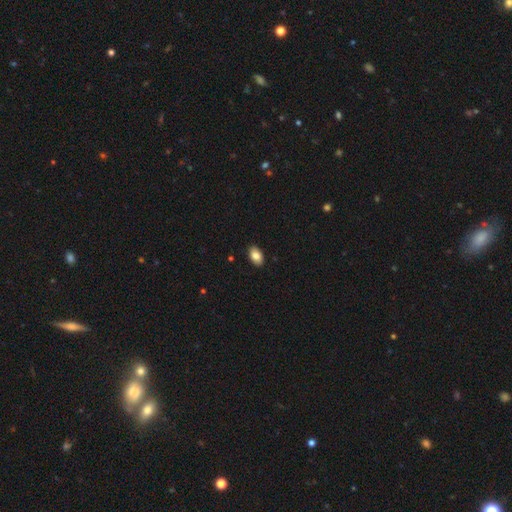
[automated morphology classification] Q: Smooth or featured?
A: smooth (84%); runner-up: featured or disk (8%)
Q: How rounded?
A: in between (92%); runner-up: round (7%)
Q: Merging?
A: none (90%); runner-up: minor disturbance (8%)